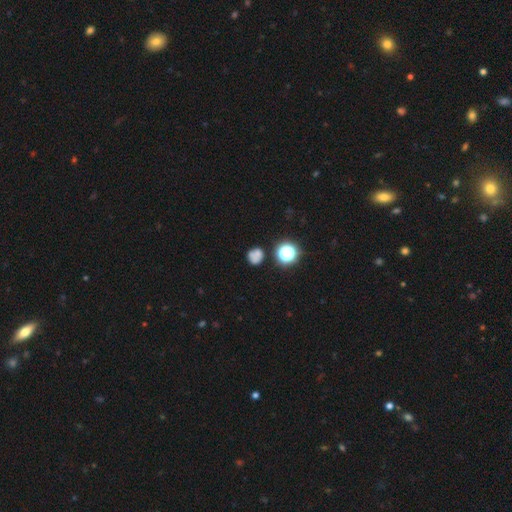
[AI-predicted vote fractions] This is likely a smooth galaxy (64%). How rounded: likely round (77%). Merging: possibly none (53%).